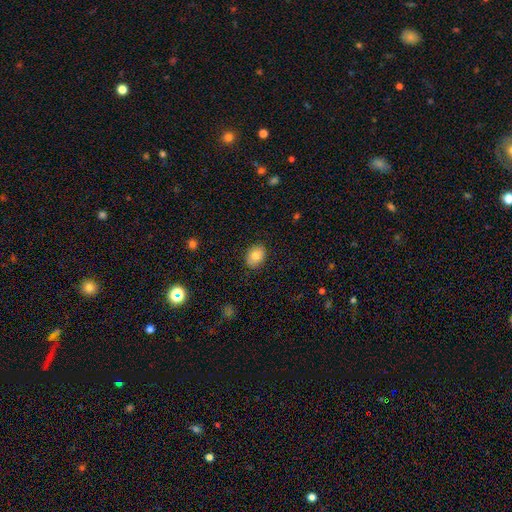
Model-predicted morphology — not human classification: Overall: smooth (83%). How rounded: in between (64%; round 35%). Merging: none (88%).